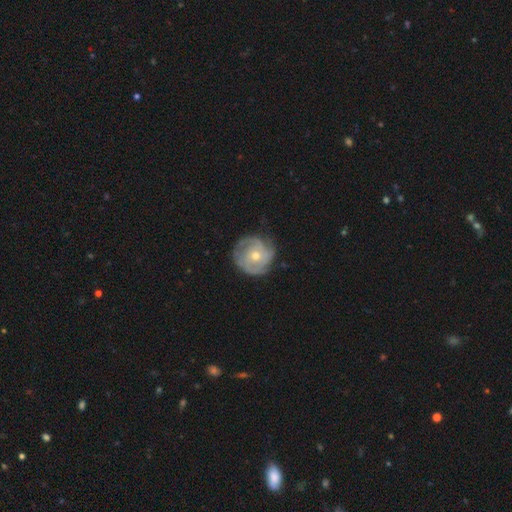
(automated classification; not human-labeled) Smooth or featured? Predicted: featured or disk (p=0.75). Edge-on disk? Predicted: no (p=0.97). Bar? Predicted: no (p=0.80). Spiral arms? Predicted: yes (p=0.88). Spiral winding? Predicted: tight (p=0.65). Spiral arm count? Predicted: can't tell (p=0.32). Bulge size? Predicted: moderate (p=0.54). Merging? Predicted: none (p=0.74).